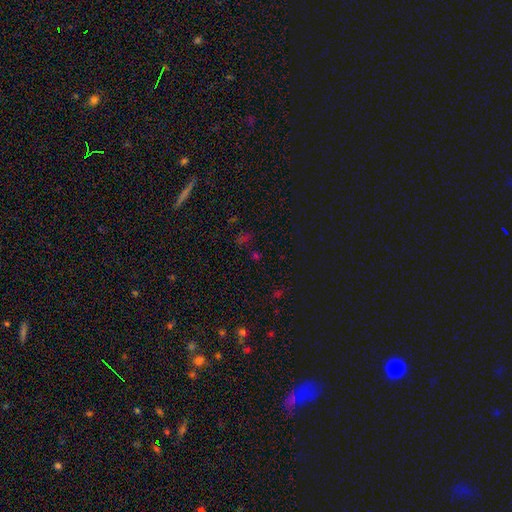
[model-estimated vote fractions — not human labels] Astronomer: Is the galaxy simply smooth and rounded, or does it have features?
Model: star or artifact — 59%.